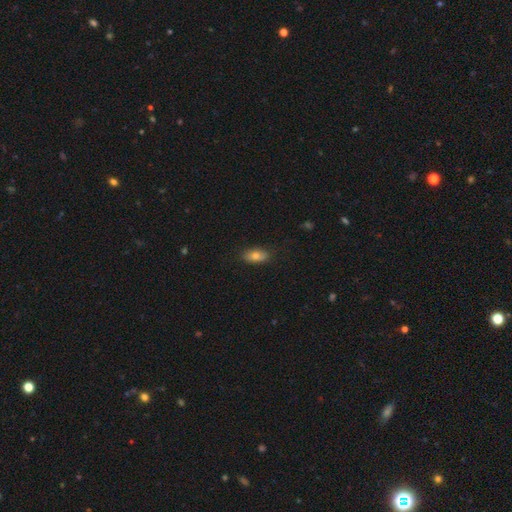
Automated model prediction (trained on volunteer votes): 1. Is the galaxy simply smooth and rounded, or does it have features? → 75% smooth, 17% featured or disk, 8% star or artifact.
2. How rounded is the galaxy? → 87% in between, 8% cigar-shaped, 5% round.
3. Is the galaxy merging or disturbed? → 83% none, 14% minor disturbance, 2% major disturbance, 1% merger.